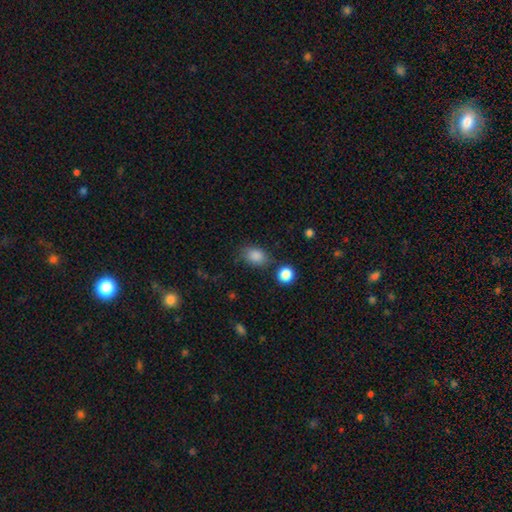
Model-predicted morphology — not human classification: smooth_or_featured: smooth (p=0.85) [alt: star or artifact p=0.09]
how_rounded: in between (p=0.73) [alt: round p=0.26]
merging: none (p=0.72) [alt: minor disturbance p=0.17]